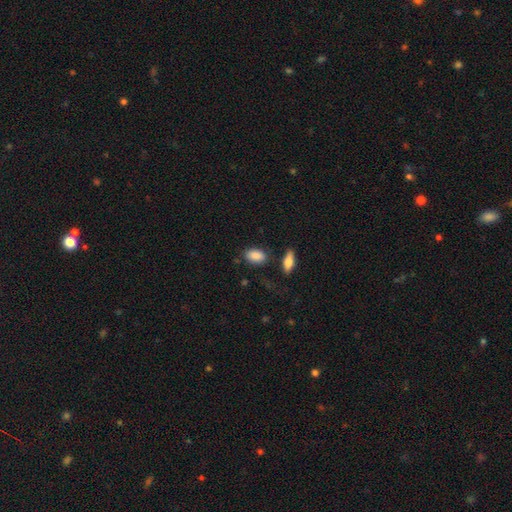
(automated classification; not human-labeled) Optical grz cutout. It shows a smooth galaxy with no disk features (88%) that is in between round and cigar-shaped (89%). Merging: none (79%).